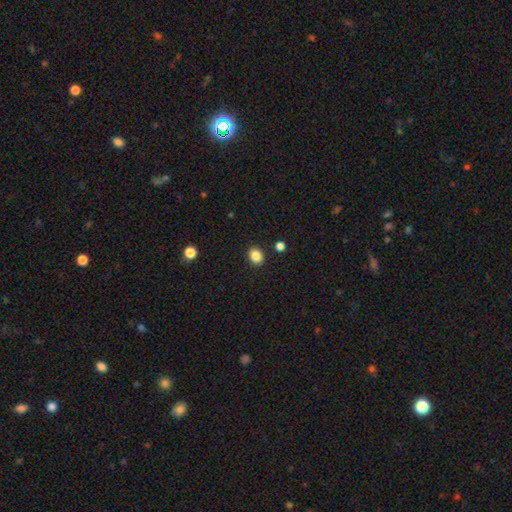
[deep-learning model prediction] A smooth galaxy with no disk features (86%) that is round (55%). Merging: none (89%).